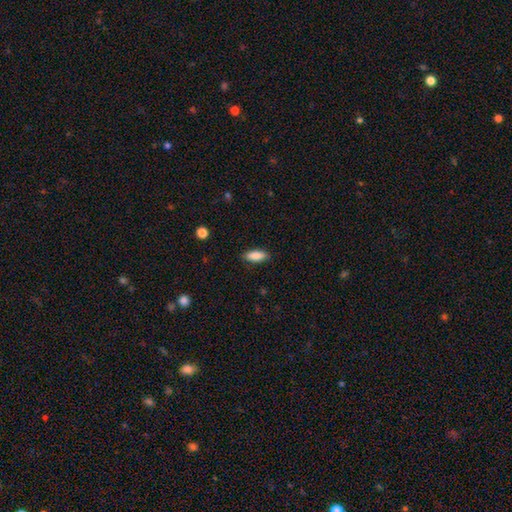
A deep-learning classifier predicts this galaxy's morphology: Smooth or featured?
  - smooth: 88% *
  - star or artifact: 6%
  - featured or disk: 6%
How rounded?
  - in between: 74% *
  - cigar-shaped: 24%
  - round: 2%
Merging?
  - none: 88% *
  - minor disturbance: 9%
  - major disturbance: 2%
  - merger: 1%